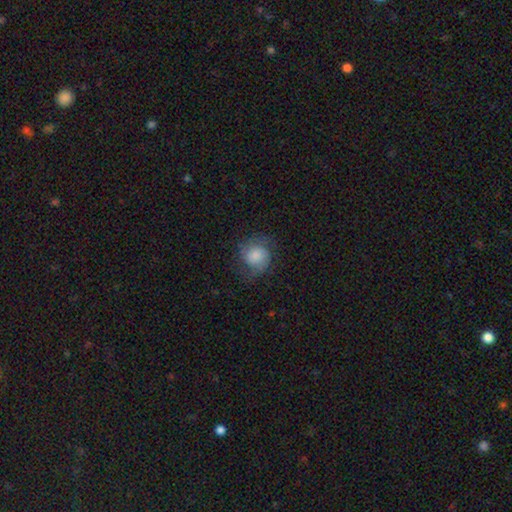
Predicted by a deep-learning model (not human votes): The model was most divided on "smooth or featured": smooth: 63%, featured or disk: 29%, star or artifact: 9%. More confident: how rounded — round (82%); merging — none (64%).